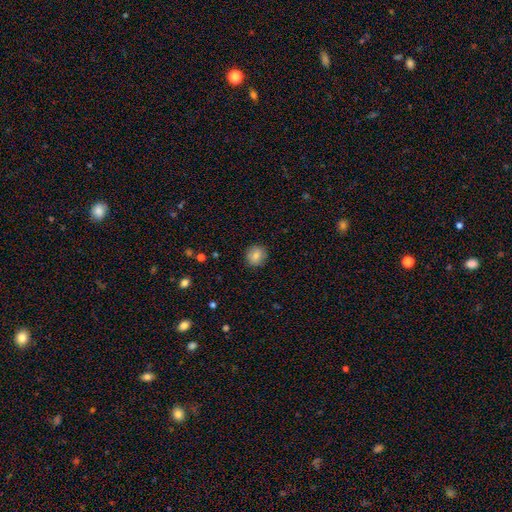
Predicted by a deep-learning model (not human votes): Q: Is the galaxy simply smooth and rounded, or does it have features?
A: smooth — 82%.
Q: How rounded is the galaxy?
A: round — 88%.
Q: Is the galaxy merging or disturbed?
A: none — 89%.